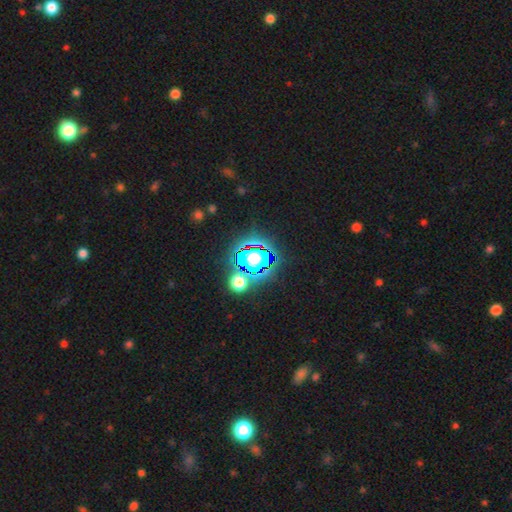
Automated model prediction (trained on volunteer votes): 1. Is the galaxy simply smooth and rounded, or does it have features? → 79% star or artifact, 13% smooth, 7% featured or disk.